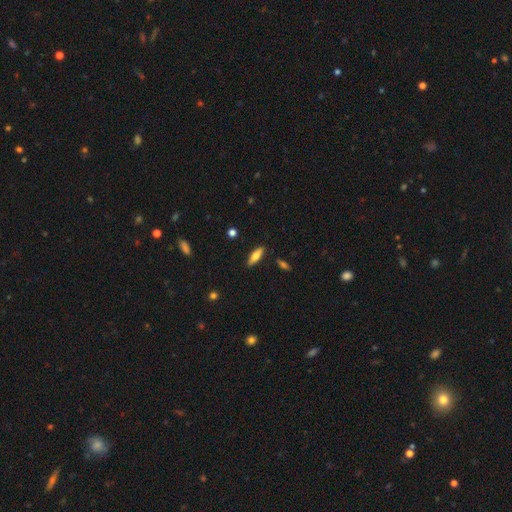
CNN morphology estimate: Smooth or featured?
  - smooth: 61% *
  - featured or disk: 32%
  - star or artifact: 7%
How rounded?
  - in between: 55% *
  - cigar-shaped: 43%
  - round: 2%
Merging?
  - none: 87% *
  - minor disturbance: 9%
  - major disturbance: 2%
  - merger: 2%